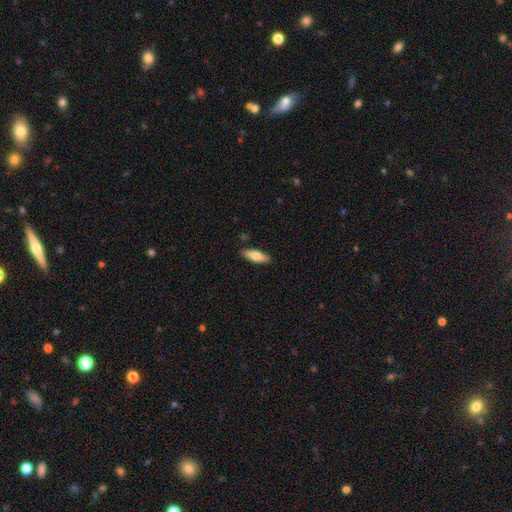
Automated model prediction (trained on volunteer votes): Smooth or featured? Predicted: smooth (p=0.72). How rounded? Predicted: in between (p=0.55). Merging? Predicted: none (p=0.88).